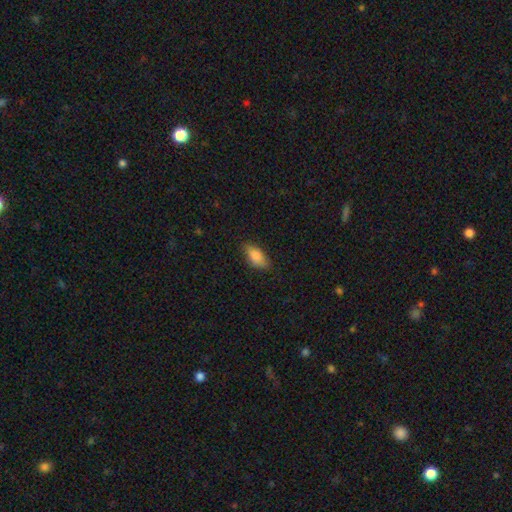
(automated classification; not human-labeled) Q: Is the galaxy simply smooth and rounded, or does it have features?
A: smooth — 84%.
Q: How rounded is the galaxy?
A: in between — 88%.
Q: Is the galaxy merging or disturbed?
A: none — 81%.